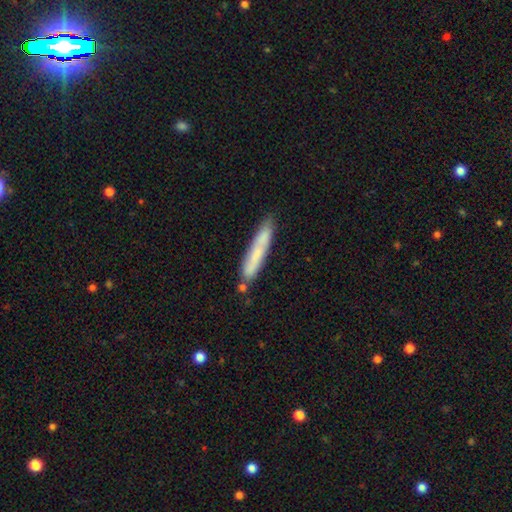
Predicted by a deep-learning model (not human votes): Smooth or featured? Predicted: smooth (p=0.67). How rounded? Predicted: cigar-shaped (p=0.91). Merging? Predicted: none (p=0.73).